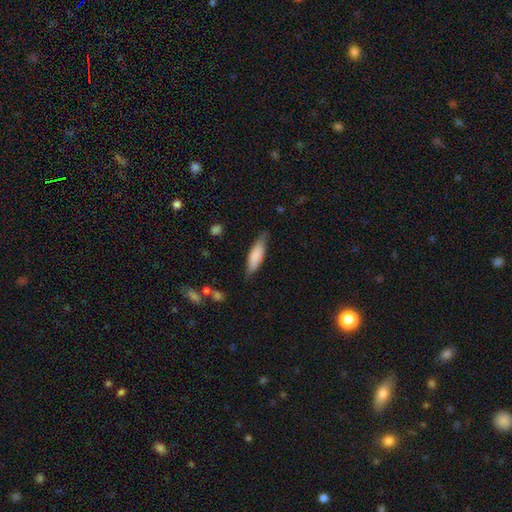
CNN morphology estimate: Smooth or featured? Predicted: smooth (p=0.78). How rounded? Predicted: cigar-shaped (p=0.55). Merging? Predicted: none (p=0.73).